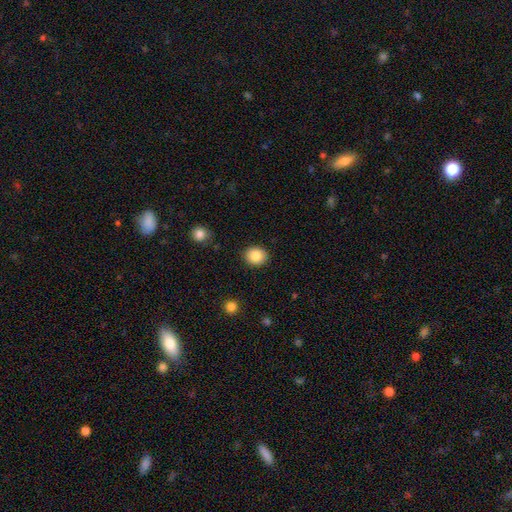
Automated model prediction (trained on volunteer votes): smooth-or-featured: smooth: 86% | star or artifact: 9% | featured or disk: 5%
  how-rounded: round: 75% | in between: 24% | cigar-shaped: 1%
  merging: none: 90% | minor disturbance: 7% | major disturbance: 2% | merger: 1%